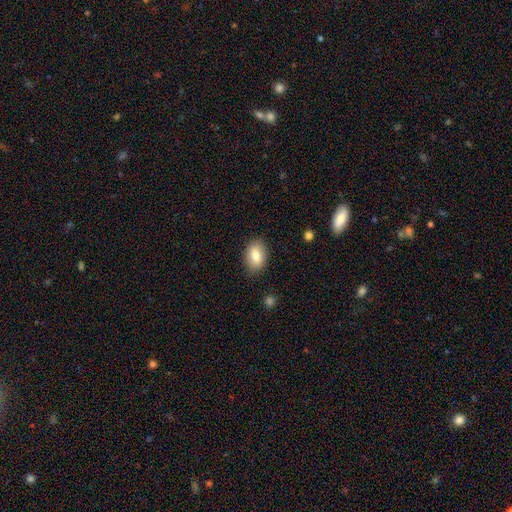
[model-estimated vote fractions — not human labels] Smooth or featured? Predicted: smooth (p=0.80). How rounded? Predicted: in between (p=0.86). Merging? Predicted: none (p=0.84).